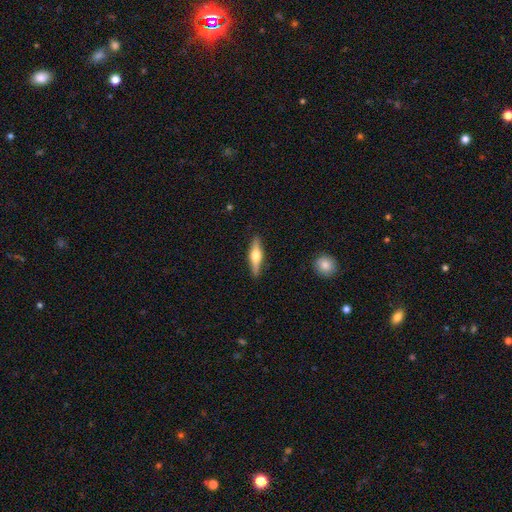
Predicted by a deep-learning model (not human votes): This appears to be a featured or disk galaxy (64%) viewed edge-on (96%) with a rounded central bulge (95%). Merging: none (90%).